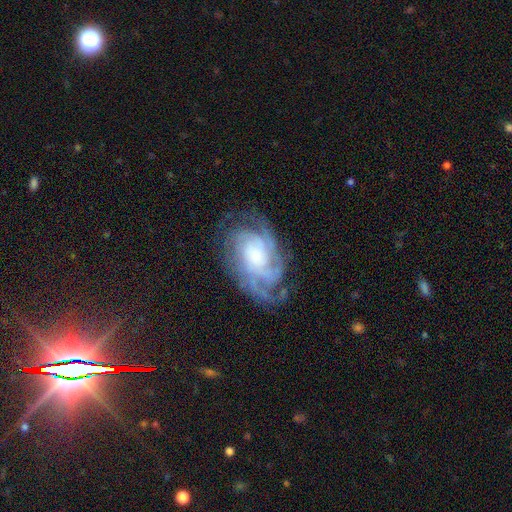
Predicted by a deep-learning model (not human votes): This is clearly a featured or disk galaxy (87%). It is clearly not viewed edge-on (97%). Bar: likely no (72%). Spiral arm pattern: clearly yes (97%). Spiral arm count: marginally 3 (25%). Spiral winding: likely tight (64%). Central bulge: possibly small (49%). Merging: likely none (71%).